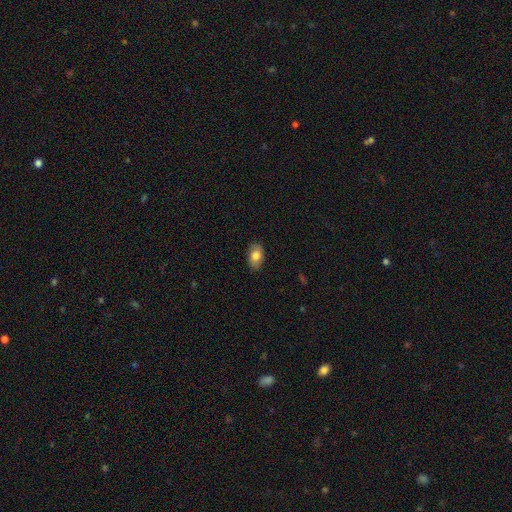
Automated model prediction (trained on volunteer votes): smooth-or-featured: smooth: 79% | featured or disk: 14% | star or artifact: 7%
  how-rounded: in between: 90% | round: 9% | cigar-shaped: 1%
  merging: none: 85% | minor disturbance: 12% | major disturbance: 2% | merger: 1%